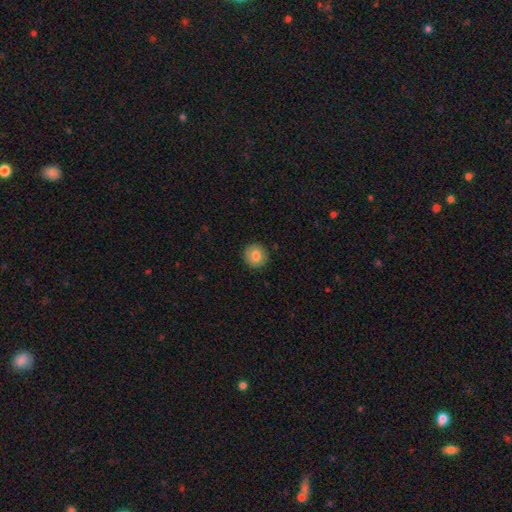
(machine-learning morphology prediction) smooth-or-featured: smooth: 82% | featured or disk: 10% | star or artifact: 8%
  how-rounded: round: 93% | in between: 6% | cigar-shaped: 1%
  merging: none: 91% | minor disturbance: 6% | major disturbance: 2% | merger: 1%